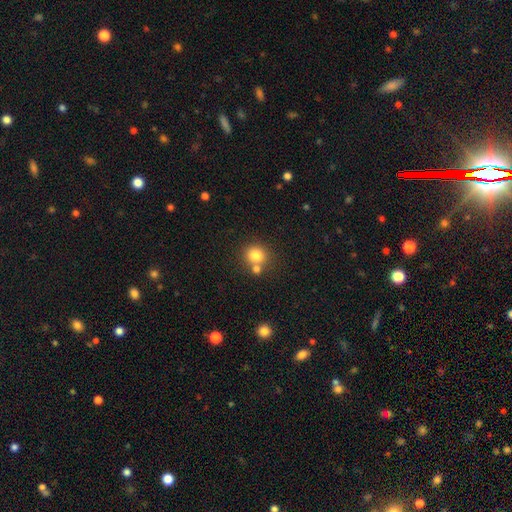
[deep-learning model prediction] Smooth or featured? smooth (80%)
How rounded? round (85%)
Merging? none (60%)